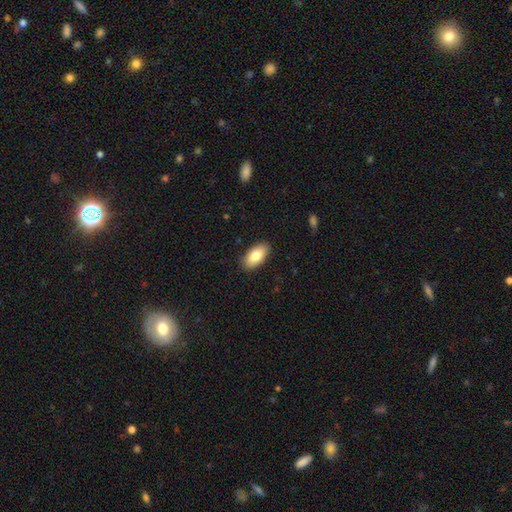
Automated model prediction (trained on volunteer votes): Overall: smooth (82%). How rounded: in between (93%). Merging: none (87%).